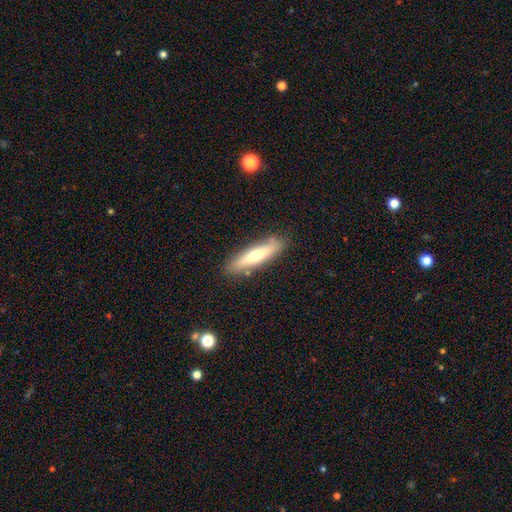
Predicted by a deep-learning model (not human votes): A smooth galaxy with no disk features (54%) that is cigar-shaped (79%).

Vote fractions:
- Smooth or featured? smooth: 54% / featured or disk: 40% / star or artifact: 6%
- How rounded? cigar-shaped: 79% / in between: 19% / round: 2%
- Merging? none: 82% / minor disturbance: 13% / major disturbance: 3% / merger: 2%